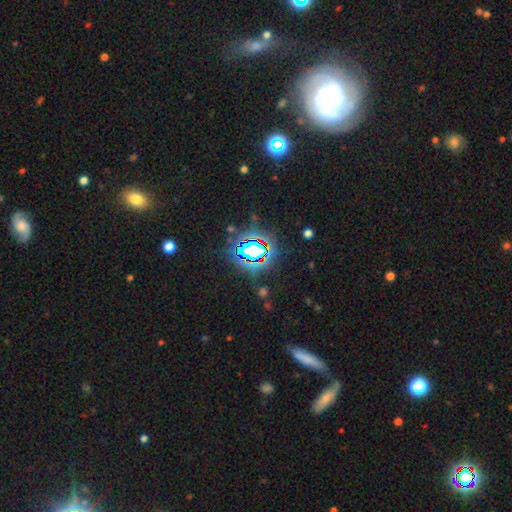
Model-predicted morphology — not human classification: This is likely a star or artifact rather than a galaxy (74%).